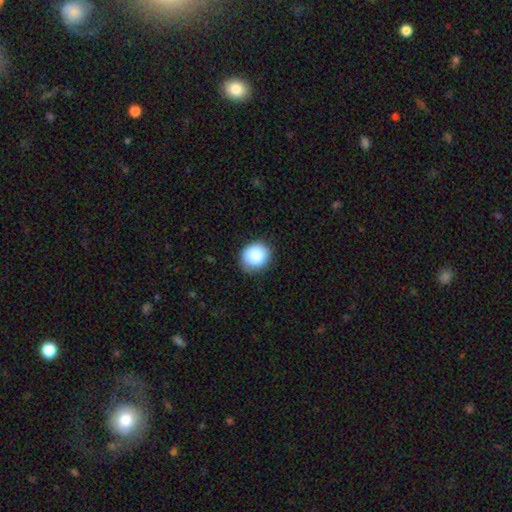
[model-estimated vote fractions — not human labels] smooth_or_featured: smooth (p=0.84) [alt: star or artifact p=0.09]
how_rounded: round (p=0.82) [alt: in between p=0.17]
merging: none (p=0.82) [alt: minor disturbance p=0.14]